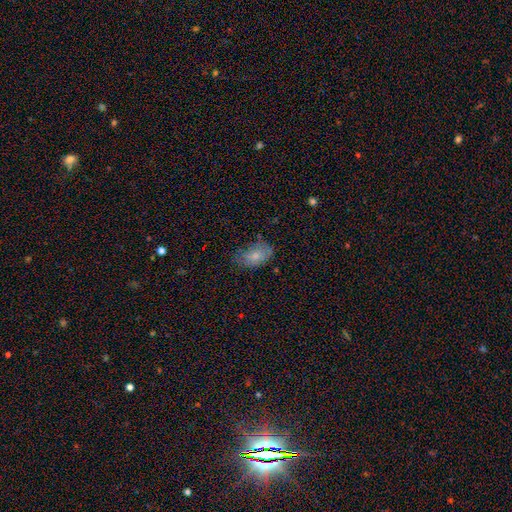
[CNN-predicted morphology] Smooth or featured?
  - smooth: 74% *
  - featured or disk: 18%
  - star or artifact: 8%
How rounded?
  - in between: 90% *
  - round: 7%
  - cigar-shaped: 2%
Merging?
  - none: 58% *
  - minor disturbance: 31%
  - major disturbance: 8%
  - merger: 2%